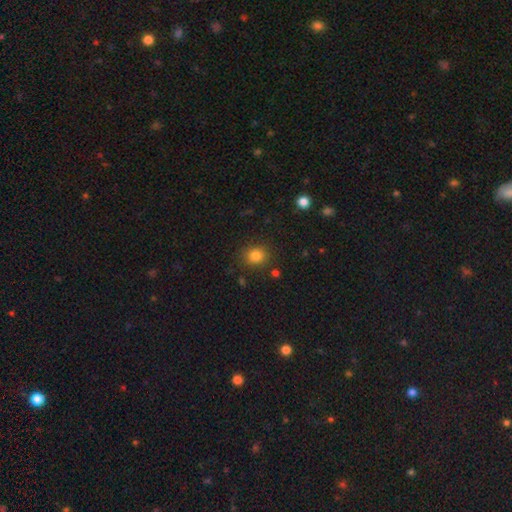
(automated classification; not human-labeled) Overall: smooth (82%). How rounded: round (74%). Merging: none (85%).